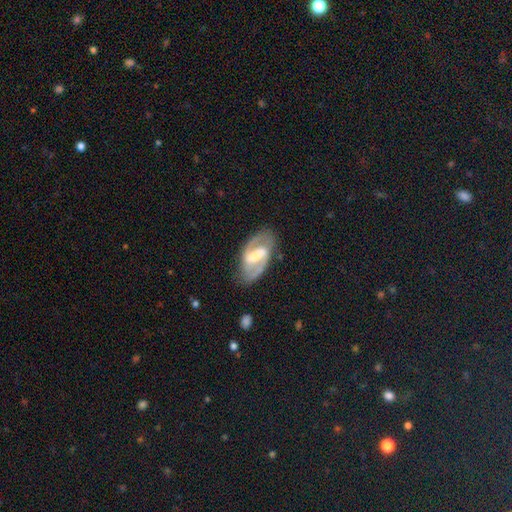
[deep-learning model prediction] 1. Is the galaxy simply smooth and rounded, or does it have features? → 87% featured or disk, 9% smooth, 4% star or artifact.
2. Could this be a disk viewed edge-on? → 97% no, 3% yes.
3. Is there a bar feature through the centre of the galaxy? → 57% strong, 34% weak, 9% no.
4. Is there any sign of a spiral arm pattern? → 94% yes, 6% no.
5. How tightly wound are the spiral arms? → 57% medium, 28% tight, 16% loose.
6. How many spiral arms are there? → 92% 2, 3% can't tell, 2% 1, 1% 3, 1% 4, 1% more than 4.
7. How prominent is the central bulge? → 49% moderate, 34% small, 10% large, 5% none, 1% dominant.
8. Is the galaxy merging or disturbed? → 82% none, 12% minor disturbance, 4% major disturbance, 1% merger.